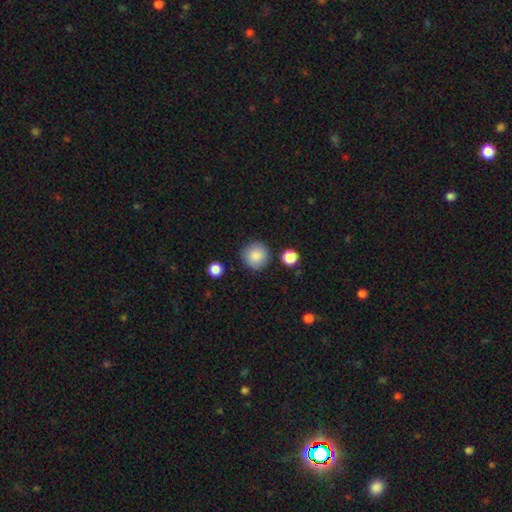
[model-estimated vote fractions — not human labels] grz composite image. It shows a smooth galaxy with no disk features (86%) that is round (95%). Merging: none (87%).